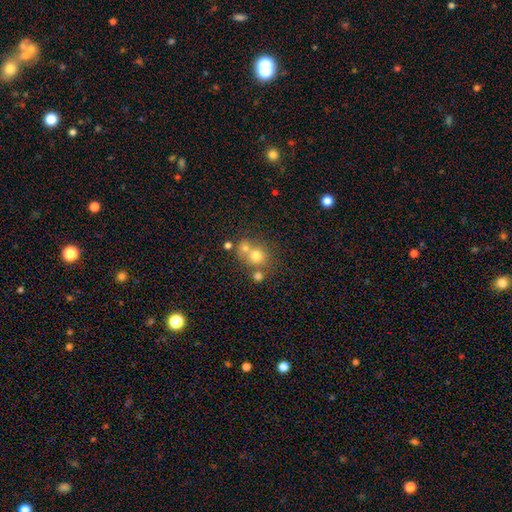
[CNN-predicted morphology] The model was most divided on "merging": none: 46%, merger: 42%, minor disturbance: 8%, major disturbance: 4%. More confident: how rounded — round (82%); smooth or featured — smooth (69%).